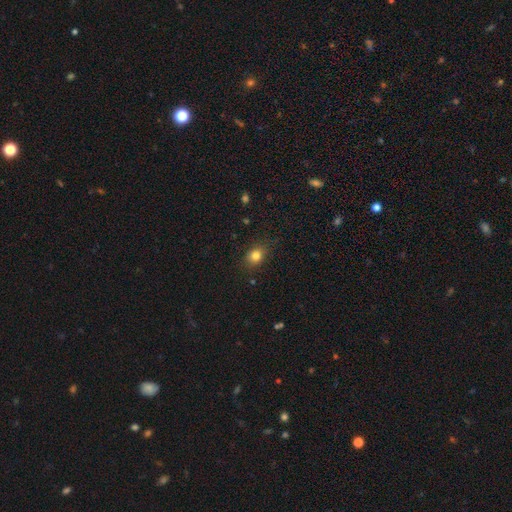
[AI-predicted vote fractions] This is clearly a smooth galaxy (81%). How rounded: possibly in between (52%). Merging: clearly none (83%).